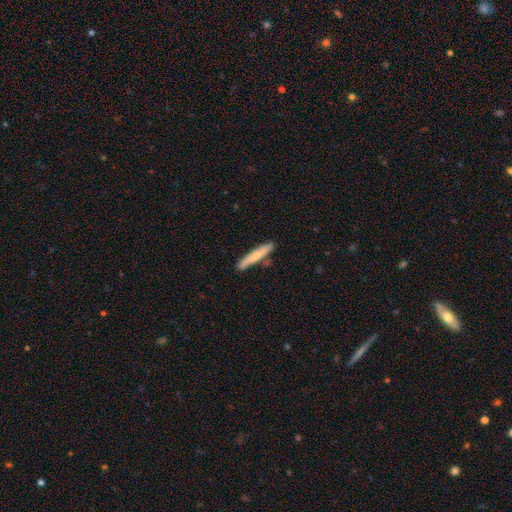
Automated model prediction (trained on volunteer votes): smooth_or_featured: smooth (p=0.63) [alt: featured or disk p=0.32]
how_rounded: cigar-shaped (p=0.92) [alt: in between p=0.07]
merging: none (p=0.81) [alt: minor disturbance p=0.13]